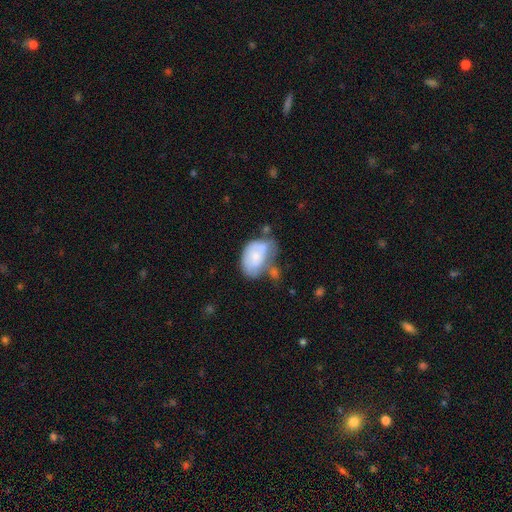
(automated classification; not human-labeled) smooth 60%, featured or disk 33%, star or artifact 7%. Down the decision tree: how rounded — in between (88%); merging — minor disturbance (32%).